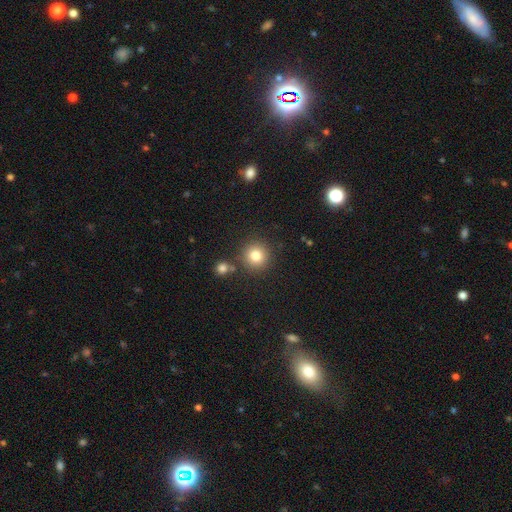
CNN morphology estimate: smooth 81%, star or artifact 12%, featured or disk 7%. Down the decision tree: how rounded — round (93%); merging — none (82%).